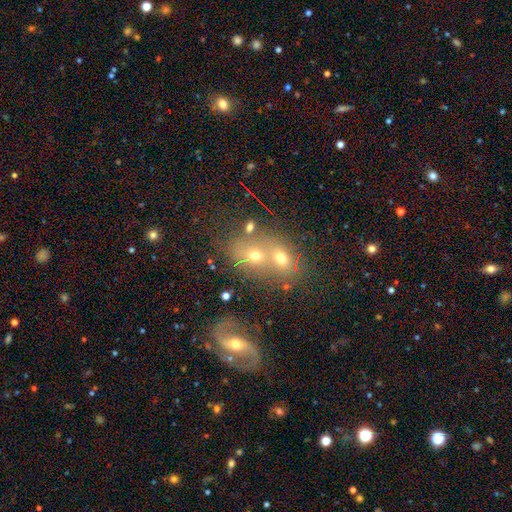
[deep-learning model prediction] Overall: smooth (48%; featured or disk 35%). Merging: merger (51%; none 35%).